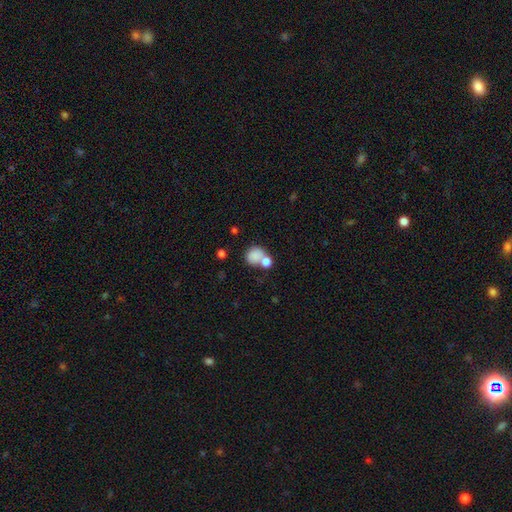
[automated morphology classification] type=smooth (81%); roundness=round (71%); merging=none (41%).